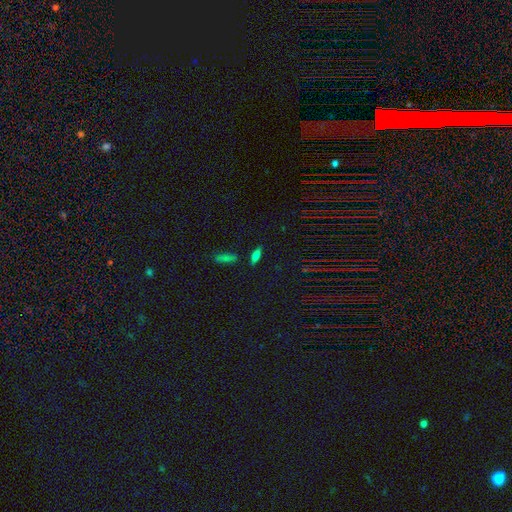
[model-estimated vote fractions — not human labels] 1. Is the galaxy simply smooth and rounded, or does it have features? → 63% smooth, 22% featured or disk, 15% star or artifact.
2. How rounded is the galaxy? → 49% in between, 47% cigar-shaped, 4% round.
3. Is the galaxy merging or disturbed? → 83% none, 11% minor disturbance, 4% merger, 3% major disturbance.